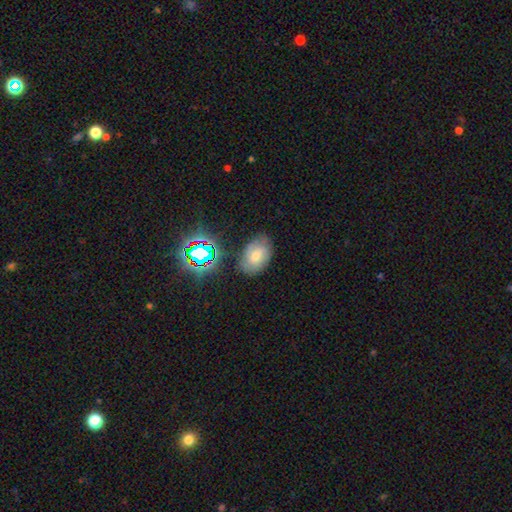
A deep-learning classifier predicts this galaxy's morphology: smooth 39%, featured or disk 37%, star or artifact 24%. Down the decision tree: merging — none (74%).